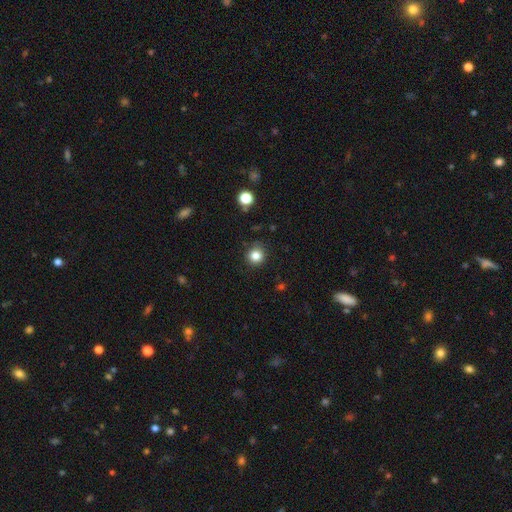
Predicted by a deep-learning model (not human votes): Morphology: type=smooth (83%); roundness=round (91%); merging=none (87%).